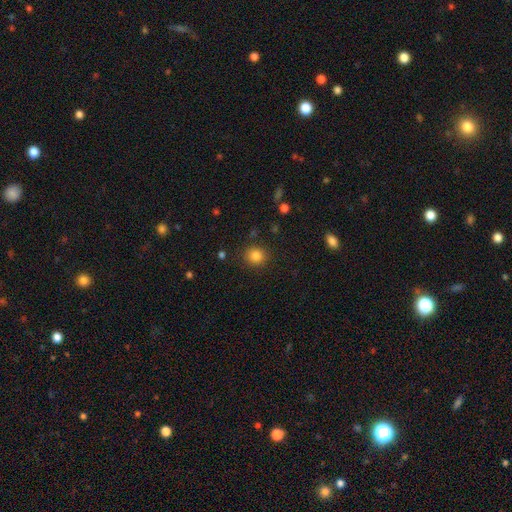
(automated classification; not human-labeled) Overall: smooth (84%). How rounded: round (85%). Merging: none (87%).